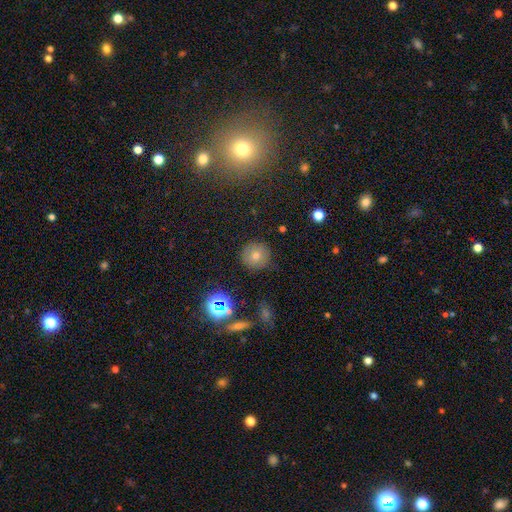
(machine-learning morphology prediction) smooth_or_featured: smooth (p=0.71) [alt: star or artifact p=0.17]
how_rounded: round (p=0.94) [alt: in between p=0.05]
merging: none (p=0.85) [alt: minor disturbance p=0.10]